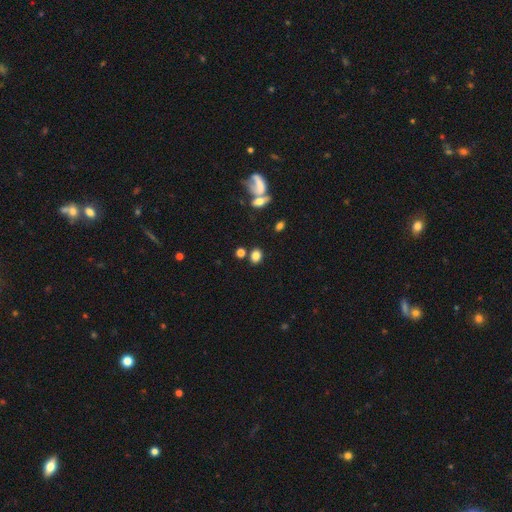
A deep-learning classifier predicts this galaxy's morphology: Smooth or featured: smooth — 81% (star or artifact — 12%)
How rounded: round — 50% (in between — 48%)
Merging: none — 74% (merger — 11%)